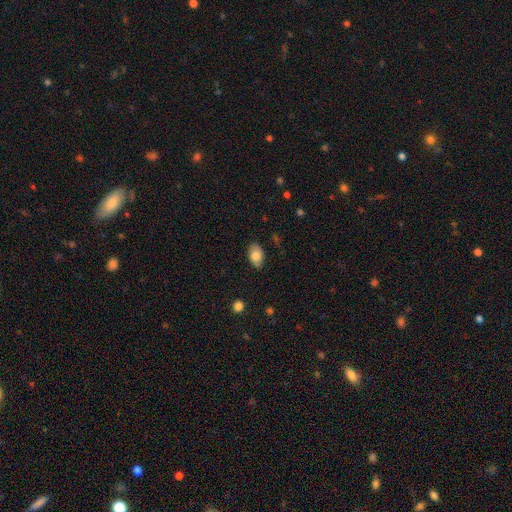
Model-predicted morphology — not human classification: smooth 80%, featured or disk 13%, star or artifact 7%. Down the decision tree: how rounded — in between (89%); merging — none (76%).